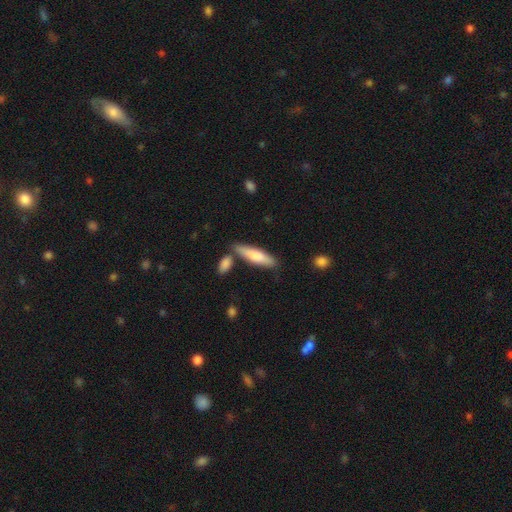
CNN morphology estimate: smooth_or_featured: smooth (p=0.77) [alt: featured or disk p=0.18]
how_rounded: cigar-shaped (p=0.68) [alt: in between p=0.31]
merging: none (p=0.70) [alt: minor disturbance p=0.14]